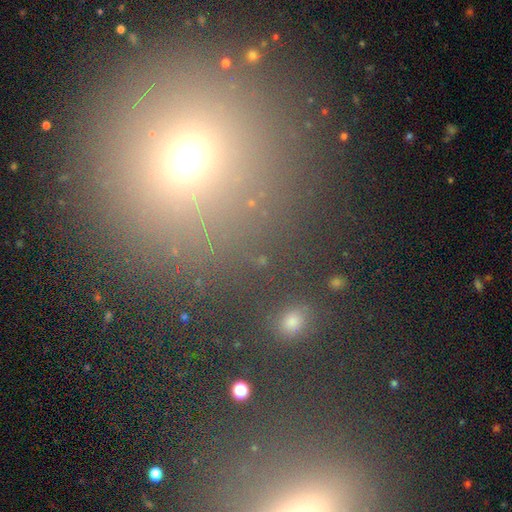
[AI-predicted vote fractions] A smooth galaxy with no disk features (56%) that is round (63%).

Vote fractions:
- Smooth or featured? smooth: 56% / star or artifact: 36% / featured or disk: 9%
- How rounded? round: 63% / in between: 34% / cigar-shaped: 3%
- Merging? none: 84% / minor disturbance: 7% / merger: 5% / major disturbance: 5%